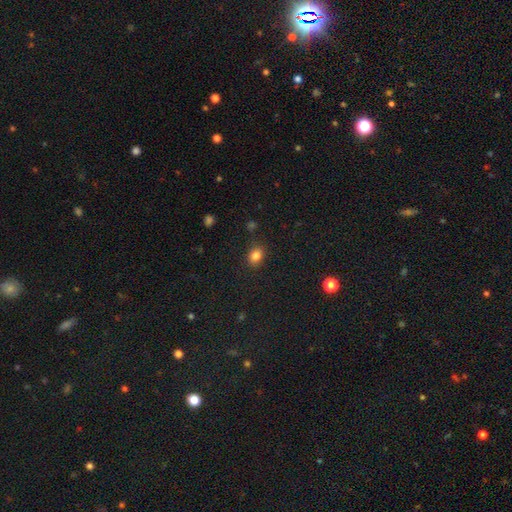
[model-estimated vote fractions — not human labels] This is clearly a smooth galaxy (83%). How rounded: likely in between (65%). Merging: clearly none (83%).